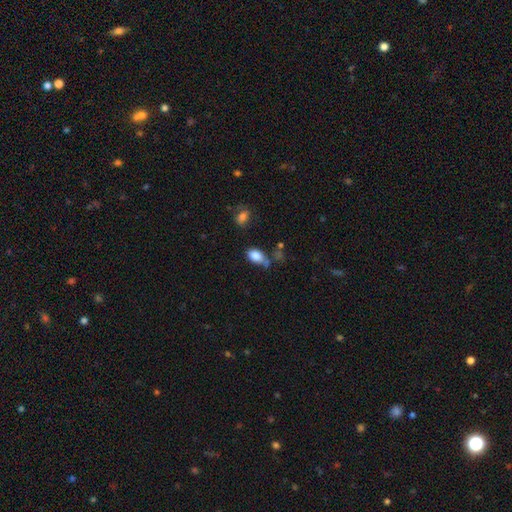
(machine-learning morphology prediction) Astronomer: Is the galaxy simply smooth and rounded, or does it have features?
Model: smooth — 83%.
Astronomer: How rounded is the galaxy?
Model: in between — 88%.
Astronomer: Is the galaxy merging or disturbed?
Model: none — 49% (runner-up: minor disturbance, 26%).